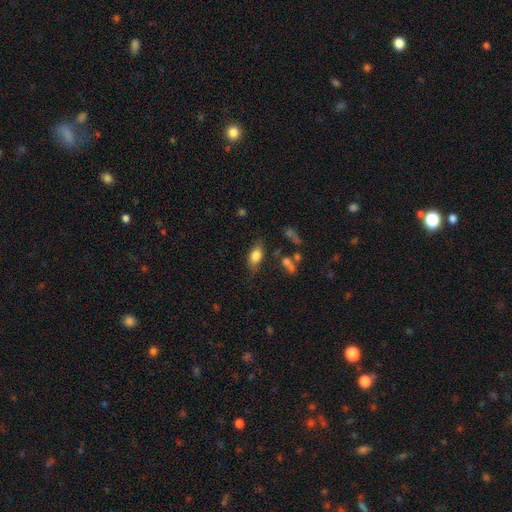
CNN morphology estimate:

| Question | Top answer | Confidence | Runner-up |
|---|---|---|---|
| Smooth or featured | smooth | 78% | featured or disk (14%) |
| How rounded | in between | 85% | cigar-shaped (10%) |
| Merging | none | 71% | minor disturbance (20%) |